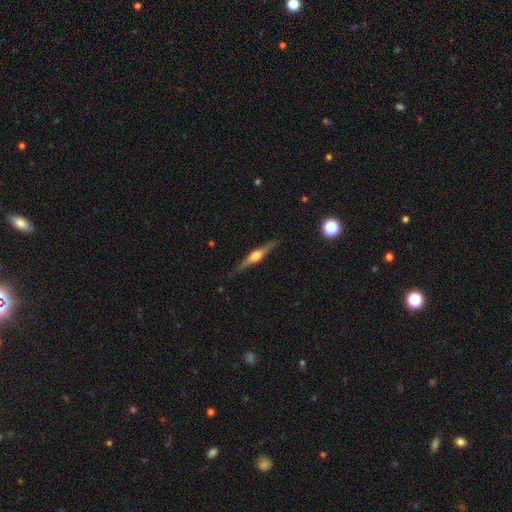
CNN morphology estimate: The model was most divided on "smooth or featured": featured or disk: 78%, smooth: 16%, star or artifact: 6%. More confident: edge-on disk — yes (98%); edge-on bulge — rounded (89%); merging — none (89%).